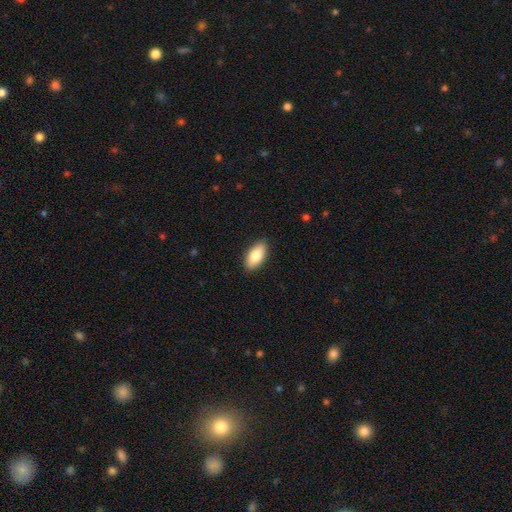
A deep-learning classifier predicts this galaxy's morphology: Overall: smooth (83%). How rounded: in between (93%). Merging: none (89%).